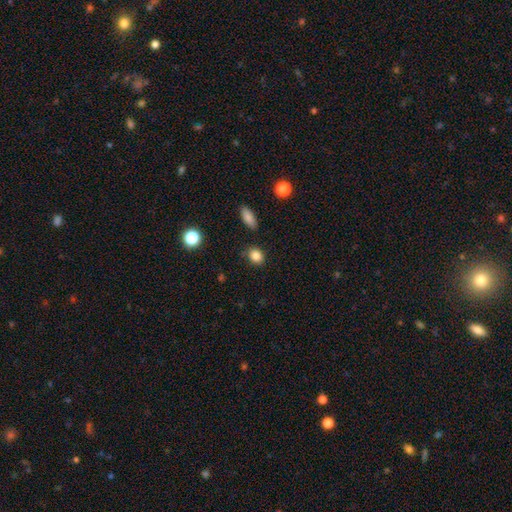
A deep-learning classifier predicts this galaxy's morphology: A smooth galaxy with no disk features (85%) that is round (59%).

Vote fractions:
- Smooth or featured? smooth: 85% / star or artifact: 10% / featured or disk: 5%
- How rounded? round: 59% / in between: 40% / cigar-shaped: 1%
- Merging? none: 83% / minor disturbance: 11% / major disturbance: 3% / merger: 3%